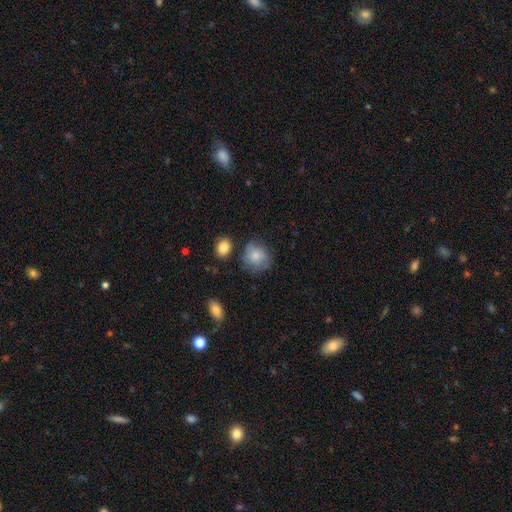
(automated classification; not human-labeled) smooth 76%, featured or disk 15%, star or artifact 9%. Down the decision tree: how rounded — round (76%); merging — none (57%).